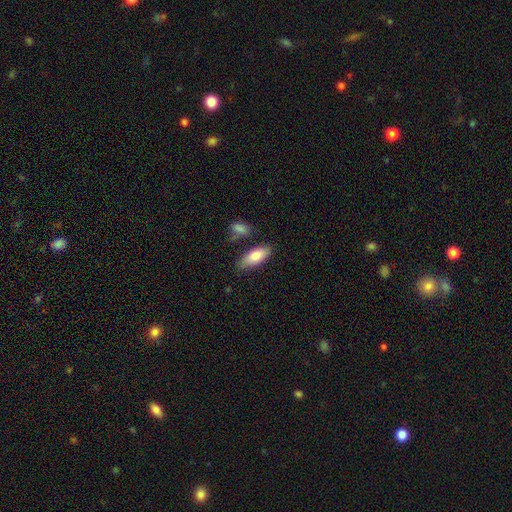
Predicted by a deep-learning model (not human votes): Smooth or featured? Predicted: smooth (p=0.80). How rounded? Predicted: in between (p=0.80). Merging? Predicted: none (p=0.75).